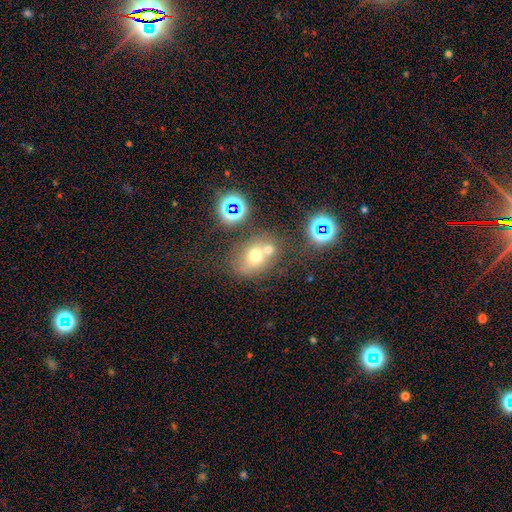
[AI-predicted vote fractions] A smooth galaxy with no disk features (61%) that is round (58%). Merging: none (45%).